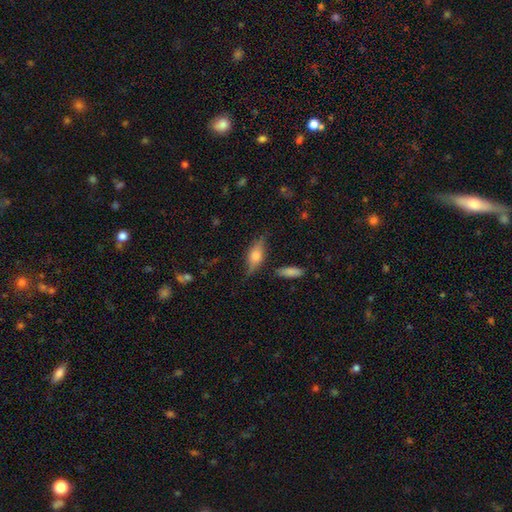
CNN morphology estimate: smooth_or_featured: featured or disk (p=0.48) [alt: smooth p=0.43]
merging: none (p=0.71) [alt: minor disturbance p=0.20]